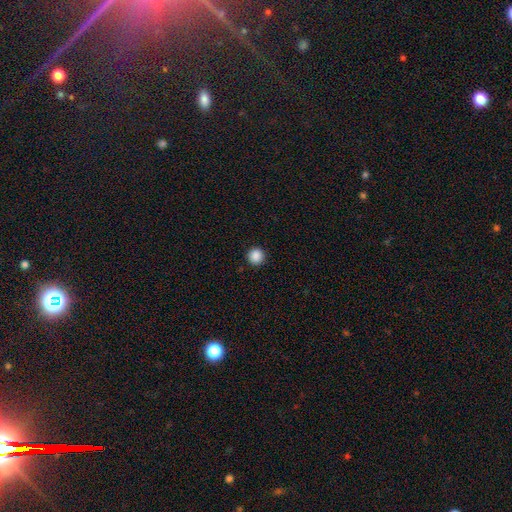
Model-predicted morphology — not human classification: A smooth galaxy with no disk features (88%) that is round (96%). Merging: none (93%).